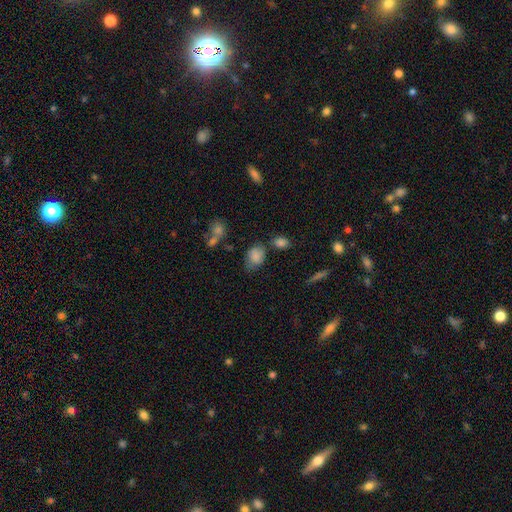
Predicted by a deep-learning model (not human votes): Smooth or featured? smooth (77%)
How rounded? in between (70%)
Merging? none (53%)